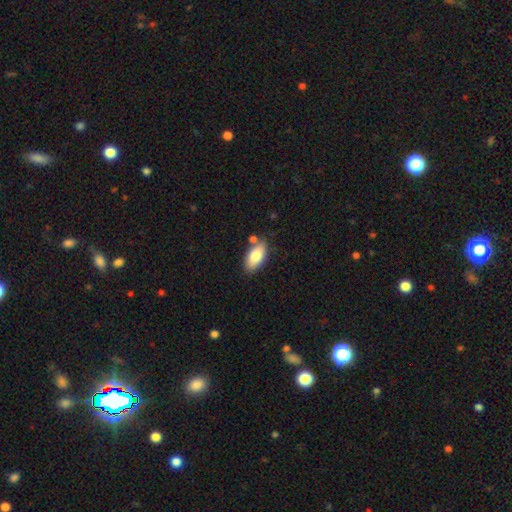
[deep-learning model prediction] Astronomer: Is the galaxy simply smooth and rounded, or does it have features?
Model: smooth — 82%.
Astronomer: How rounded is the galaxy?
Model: in between — 91%.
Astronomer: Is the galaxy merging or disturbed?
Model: none — 75%.